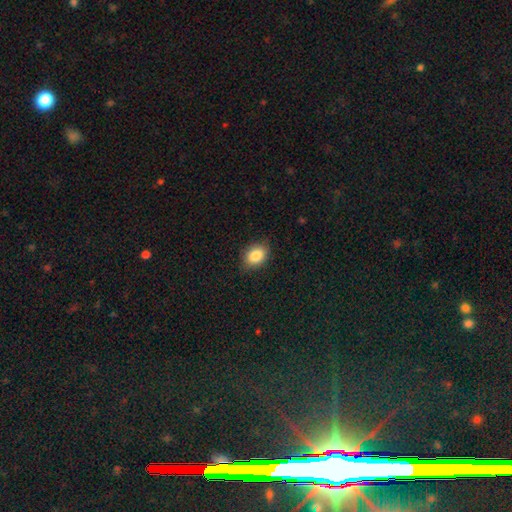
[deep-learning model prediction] Smooth or featured? Predicted: smooth (p=0.86). How rounded? Predicted: in between (p=0.71). Merging? Predicted: none (p=0.84).